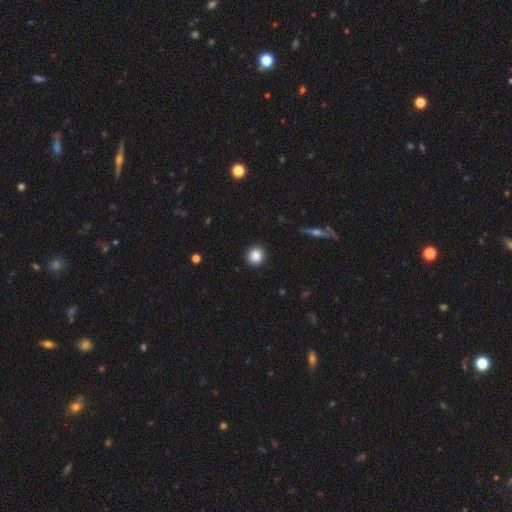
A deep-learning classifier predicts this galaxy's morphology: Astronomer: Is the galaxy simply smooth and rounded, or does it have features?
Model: smooth — 87%.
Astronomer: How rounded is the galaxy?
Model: round — 90%.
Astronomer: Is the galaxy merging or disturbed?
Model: none — 91%.